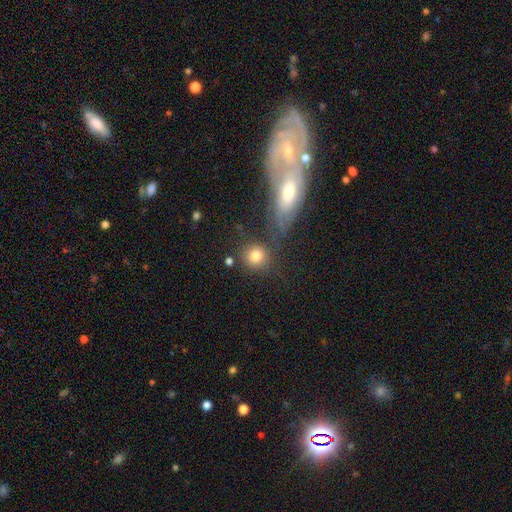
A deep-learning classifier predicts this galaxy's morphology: Smooth or featured?
  - smooth: 79% *
  - star or artifact: 11%
  - featured or disk: 10%
How rounded?
  - round: 87% *
  - in between: 12%
  - cigar-shaped: 1%
Merging?
  - none: 71% *
  - merger: 13%
  - minor disturbance: 11%
  - major disturbance: 5%